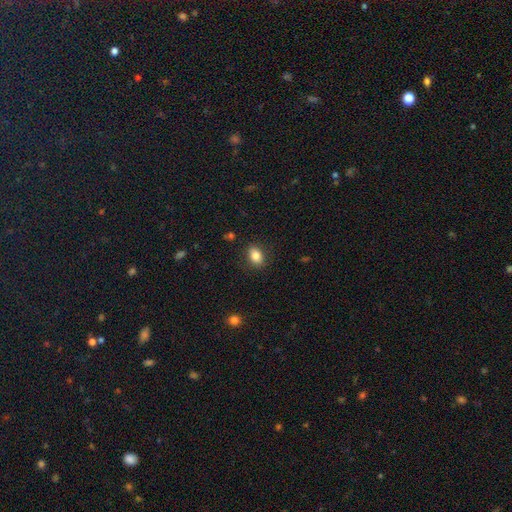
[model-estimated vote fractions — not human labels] Q: Smooth or featured?
A: smooth (83%); runner-up: star or artifact (9%)
Q: How rounded?
A: in between (83%); runner-up: round (15%)
Q: Merging?
A: none (86%); runner-up: minor disturbance (10%)